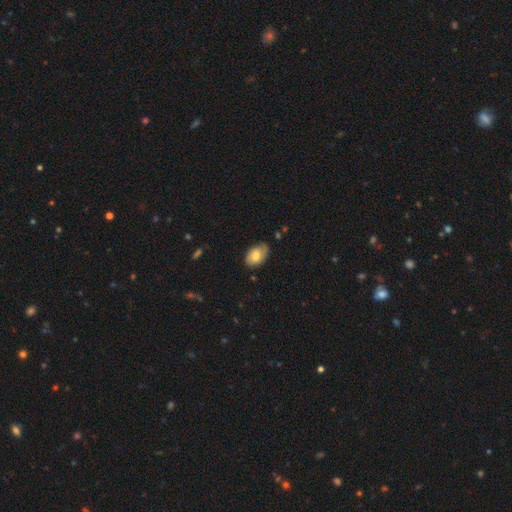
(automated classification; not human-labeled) smooth 67%, featured or disk 26%, star or artifact 7%. Down the decision tree: how rounded — in between (88%); merging — none (69%).